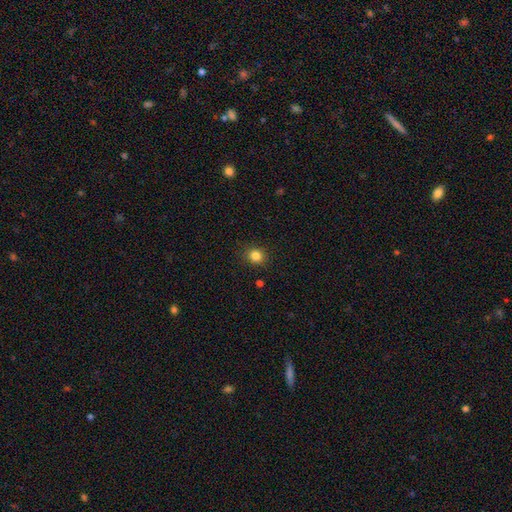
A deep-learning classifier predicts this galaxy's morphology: Smooth or featured? smooth (83%)
How rounded? round (85%)
Merging? none (89%)